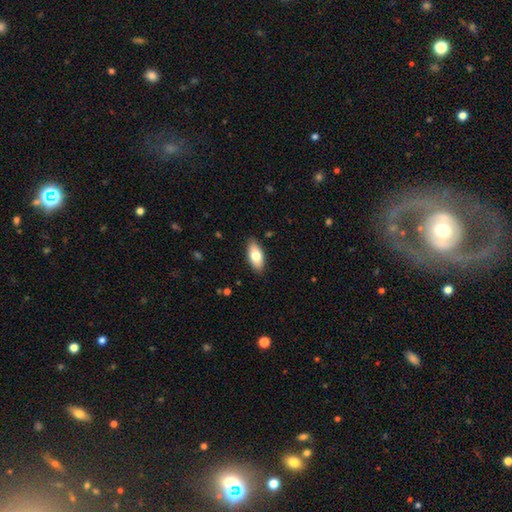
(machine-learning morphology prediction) type=smooth (75%); roundness=in between (88%); merging=none (88%).